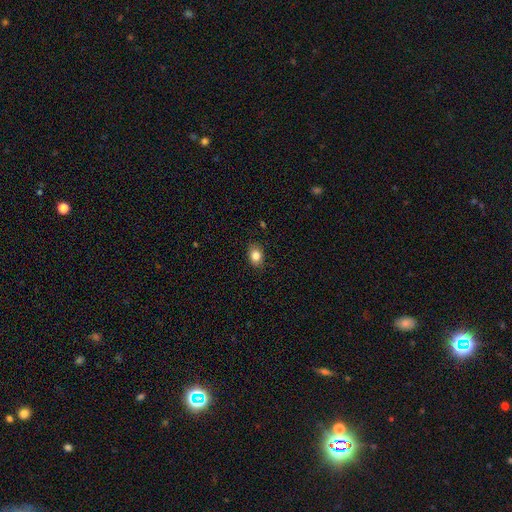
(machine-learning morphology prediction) Smooth or featured? smooth (84%)
How rounded? in between (65%)
Merging? none (86%)